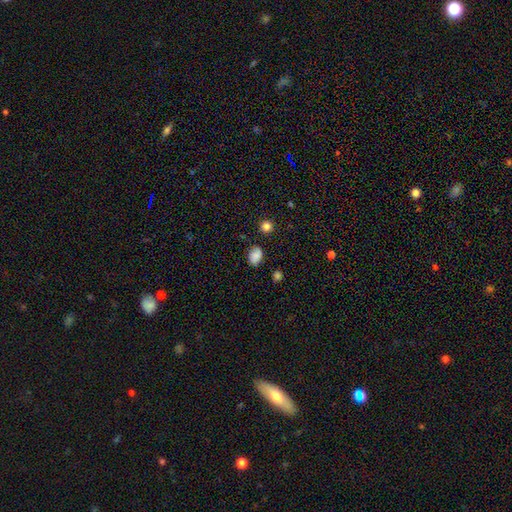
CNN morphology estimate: A smooth galaxy with no disk features (82%) that is in between round and cigar-shaped (77%).

Vote fractions:
- Smooth or featured? smooth: 82% / star or artifact: 10% / featured or disk: 8%
- How rounded? in between: 77% / round: 22% / cigar-shaped: 1%
- Merging? none: 76% / minor disturbance: 17% / major disturbance: 4% / merger: 2%